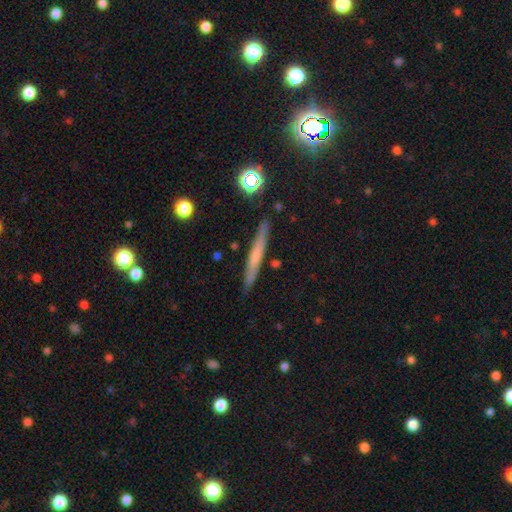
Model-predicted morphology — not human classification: This is possibly a smooth galaxy (48%). Merging: clearly none (89%).